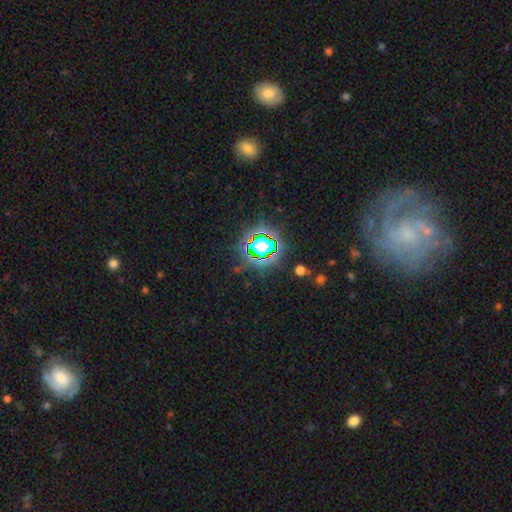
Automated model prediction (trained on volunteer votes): The model was most divided on "smooth or featured": star or artifact: 50%, featured or disk: 31%, smooth: 19%.